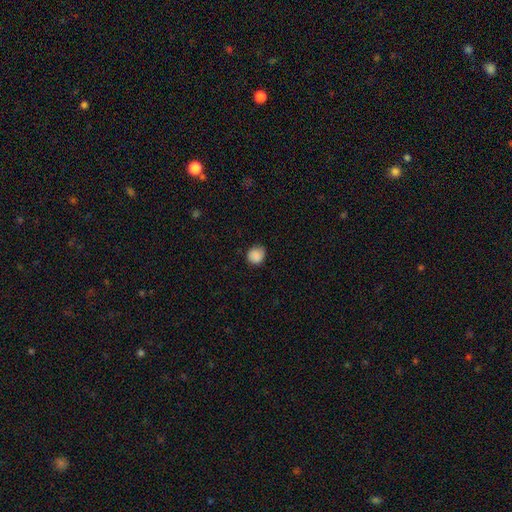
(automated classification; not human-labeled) smooth_or_featured: smooth (p=0.88) [alt: star or artifact p=0.09]
how_rounded: round (p=0.81) [alt: in between p=0.18]
merging: none (p=0.79) [alt: minor disturbance p=0.17]